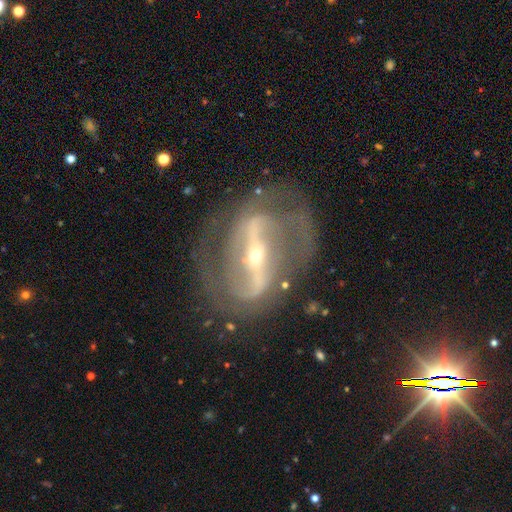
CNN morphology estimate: Smooth or featured?
  - featured or disk: 88% *
  - star or artifact: 7%
  - smooth: 5%
Edge-on disk?
  - no: 93% *
  - yes: 7%
Bar?
  - strong: 74% *
  - weak: 16%
  - no: 9%
Spiral arms?
  - yes: 89% *
  - no: 11%
Spiral winding?
  - medium: 46% *
  - loose: 32%
  - tight: 23%
Spiral arm count?
  - 2: 84% *
  - can't tell: 7%
  - 3: 3%
  - 1: 2%
  - 4: 2%
  - more than 4: 2%
Bulge size?
  - small: 74% *
  - moderate: 22%
  - large: 1%
  - dominant: 1%
  - none: 1%
Merging?
  - none: 71% *
  - minor disturbance: 15%
  - major disturbance: 12%
  - merger: 2%